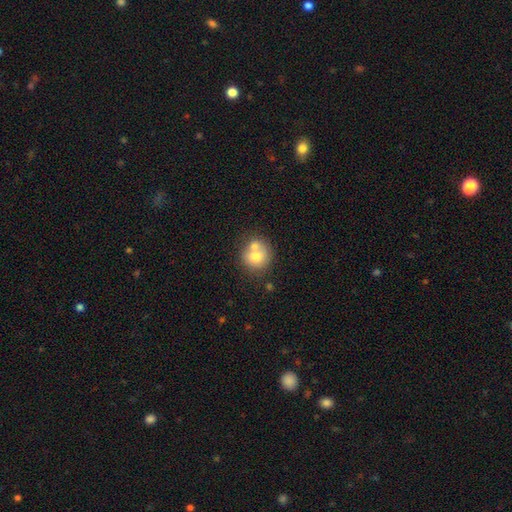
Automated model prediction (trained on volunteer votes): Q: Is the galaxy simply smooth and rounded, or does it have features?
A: smooth — 71%.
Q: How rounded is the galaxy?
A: round — 86%.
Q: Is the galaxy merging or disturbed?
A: none — 45%.